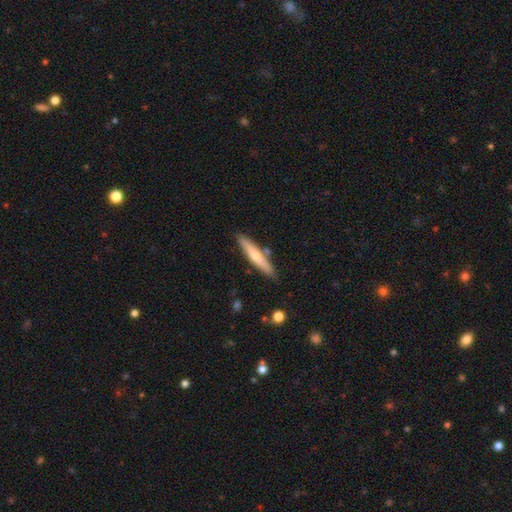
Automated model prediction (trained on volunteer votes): A smooth galaxy with no disk features (56%) that is cigar-shaped (91%). Merging: none (82%).